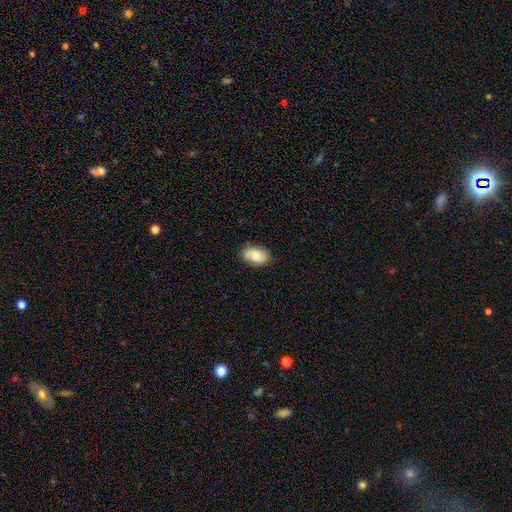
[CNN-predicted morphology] type=smooth (76%); roundness=in between (89%); merging=none (83%).